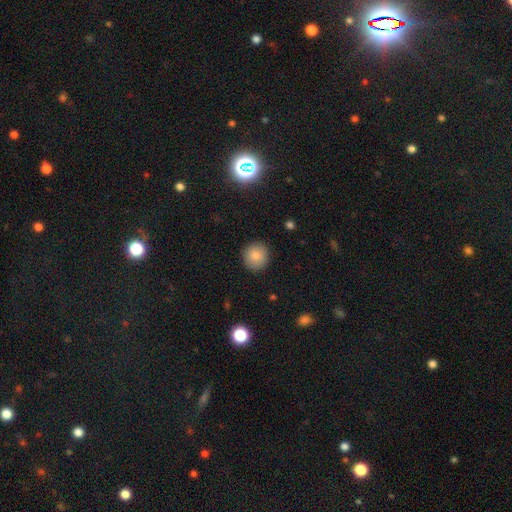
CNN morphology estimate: type=smooth (84%); roundness=round (93%); merging=none (90%).